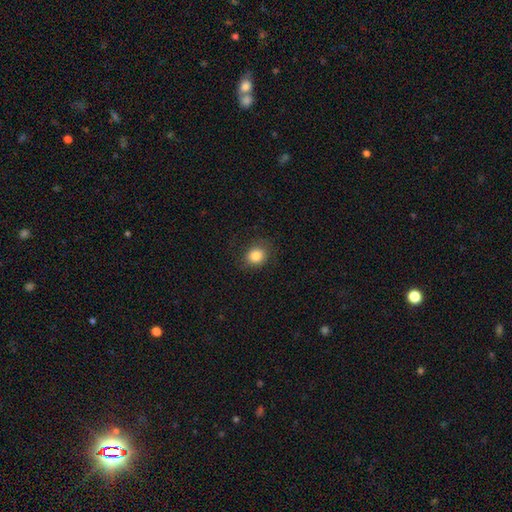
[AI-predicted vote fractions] Smooth or featured?
  - smooth: 85% *
  - star or artifact: 10%
  - featured or disk: 5%
How rounded?
  - round: 67% *
  - in between: 32%
  - cigar-shaped: 1%
Merging?
  - none: 82% *
  - minor disturbance: 13%
  - major disturbance: 4%
  - merger: 1%